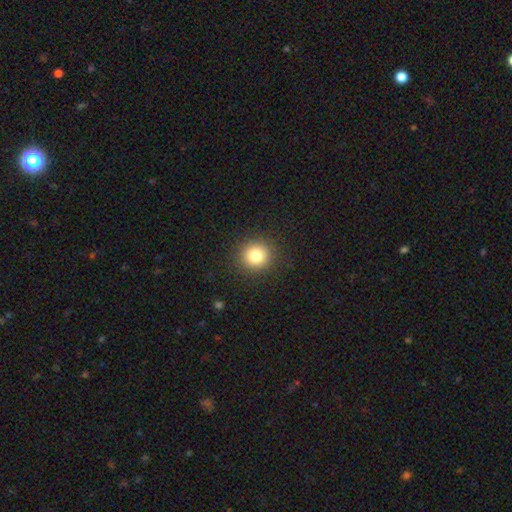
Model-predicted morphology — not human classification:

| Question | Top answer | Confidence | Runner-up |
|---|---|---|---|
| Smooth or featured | smooth | 81% | star or artifact (12%) |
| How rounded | round | 92% | in between (7%) |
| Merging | none | 91% | minor disturbance (6%) |